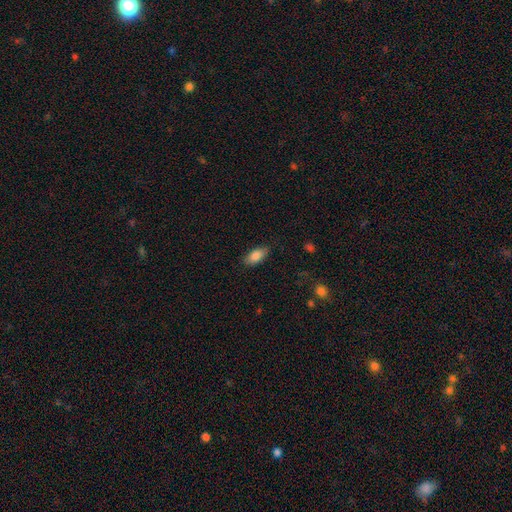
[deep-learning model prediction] A smooth galaxy with no disk features (87%) that is in between round and cigar-shaped (90%). Merging: none (83%).